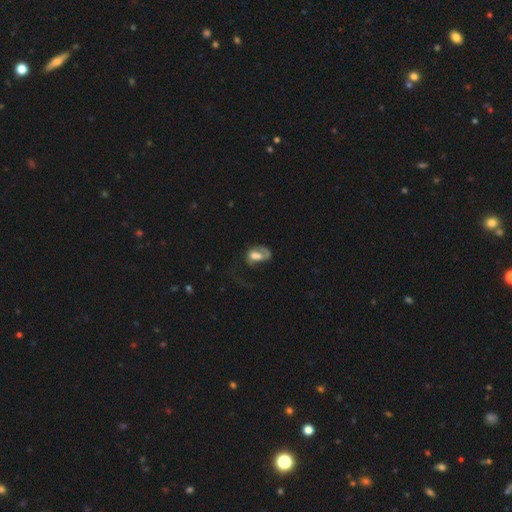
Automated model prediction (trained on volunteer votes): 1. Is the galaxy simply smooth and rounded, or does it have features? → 46% featured or disk, 44% smooth, 10% star or artifact.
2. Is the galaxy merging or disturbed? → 44% major disturbance, 26% none, 17% minor disturbance, 12% merger.